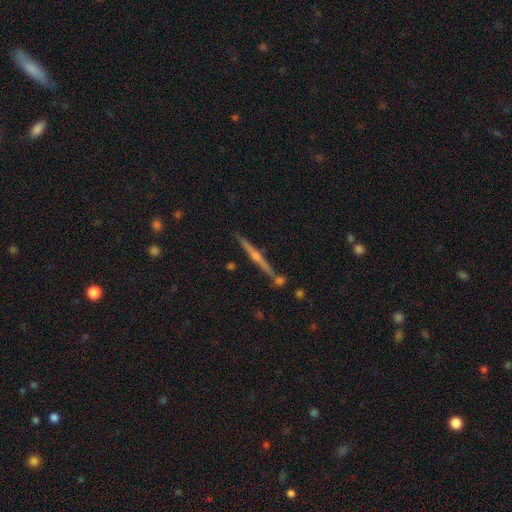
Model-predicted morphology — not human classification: The model was most divided on "edge-on bulge": rounded: 73%, none: 19%, boxy: 8%. More confident: edge-on disk — yes (96%); merging — none (81%); smooth or featured — featured or disk (72%).